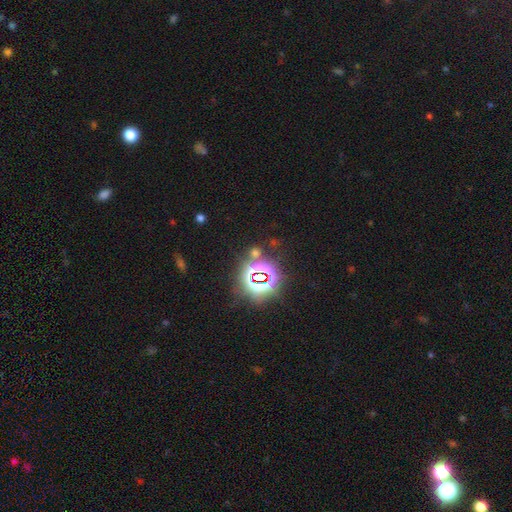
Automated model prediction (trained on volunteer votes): star or artifact 78%, smooth 14%, featured or disk 8%.